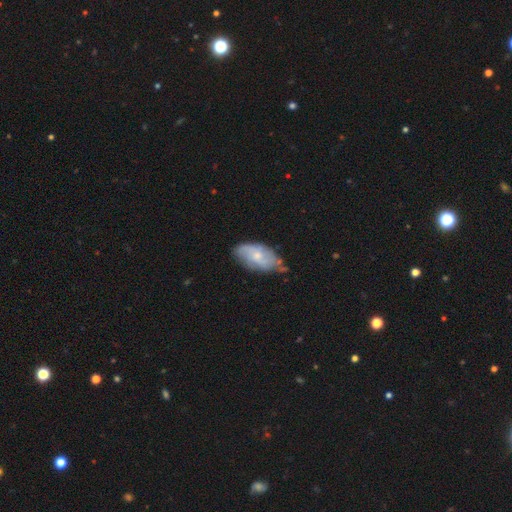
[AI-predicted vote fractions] This appears to be a featured or disk galaxy (55%) with no bar (71%), spiral arms (76%) and a small central bulge (59%). Merging: none (60%).